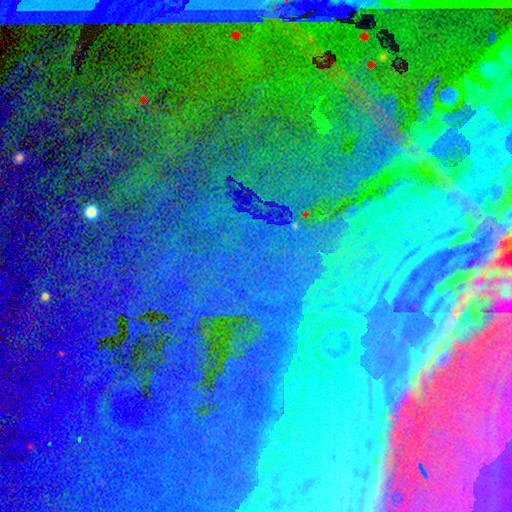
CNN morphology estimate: The model was most divided on "smooth or featured": star or artifact: 84%, featured or disk: 9%, smooth: 7%.